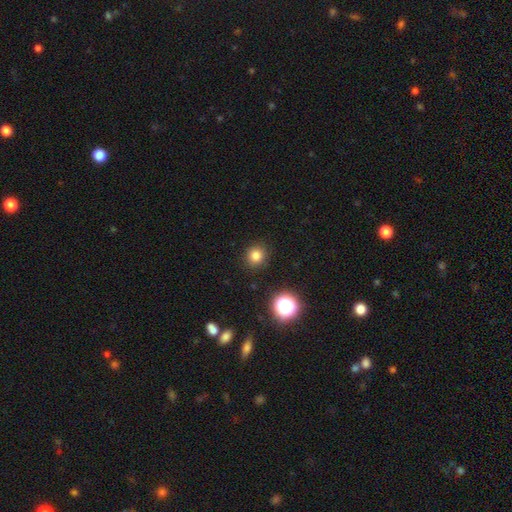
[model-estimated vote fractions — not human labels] smooth-or-featured: smooth: 81% | star or artifact: 14% | featured or disk: 5%
  how-rounded: round: 89% | in between: 10% | cigar-shaped: 1%
  merging: none: 90% | minor disturbance: 6% | major disturbance: 2% | merger: 1%